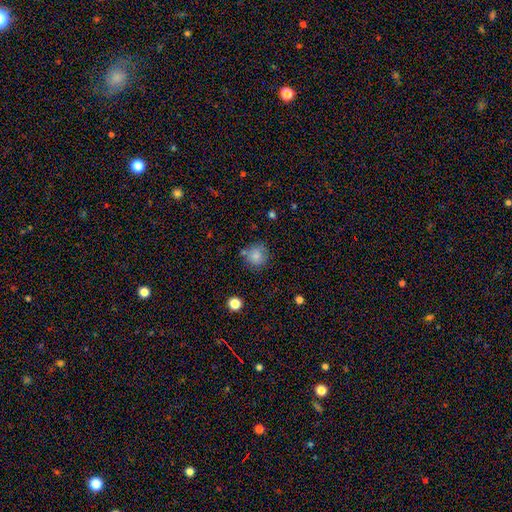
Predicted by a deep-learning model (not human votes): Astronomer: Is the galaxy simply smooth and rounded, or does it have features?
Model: smooth — 81%.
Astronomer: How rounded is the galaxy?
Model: round — 90%.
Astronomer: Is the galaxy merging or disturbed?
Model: none — 72%.